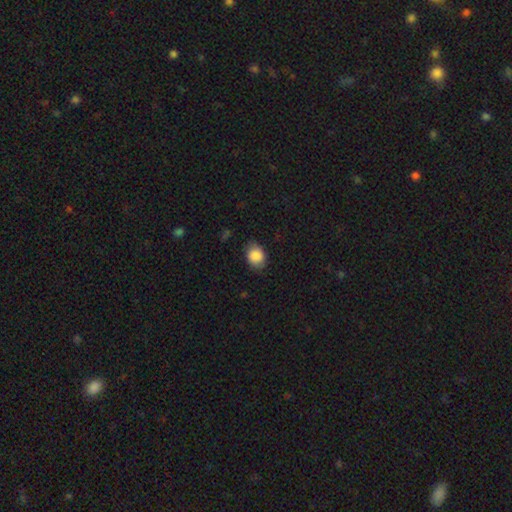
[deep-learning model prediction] The model was most divided on "how rounded": in between: 57%, round: 42%, cigar-shaped: 1%. More confident: smooth or featured — smooth (86%); merging — none (76%).